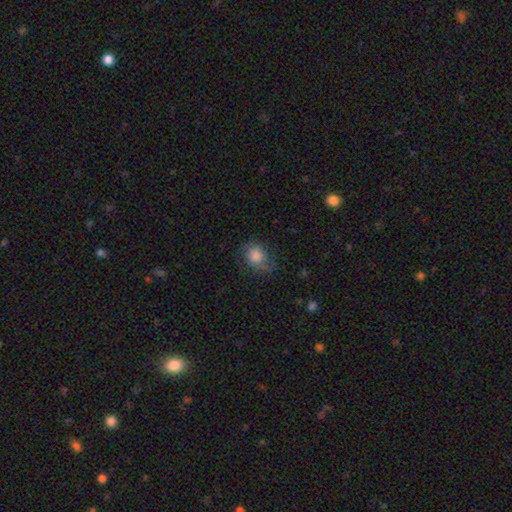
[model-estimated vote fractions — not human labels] A smooth galaxy with no disk features (63%) that is round (61%). Merging: none (58%).